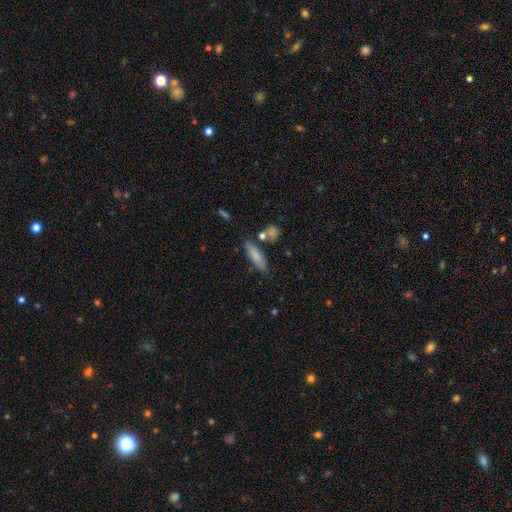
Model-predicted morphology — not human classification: A smooth galaxy with no disk features (79%) that is cigar-shaped (56%). Merging: none (74%).